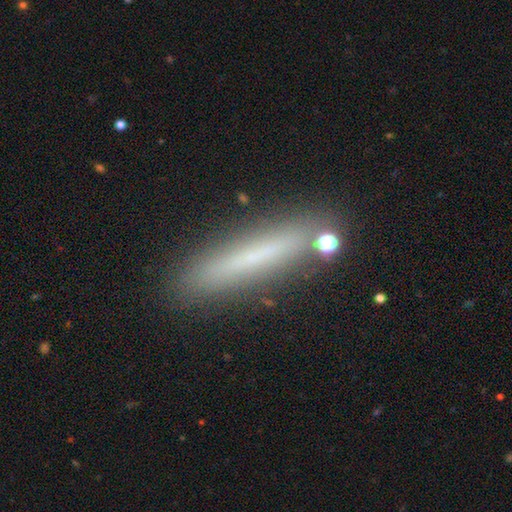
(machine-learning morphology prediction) The model was most divided on "smooth or featured": smooth: 53%, featured or disk: 36%, star or artifact: 10%. More confident: how rounded — cigar-shaped (92%); merging — none (82%).